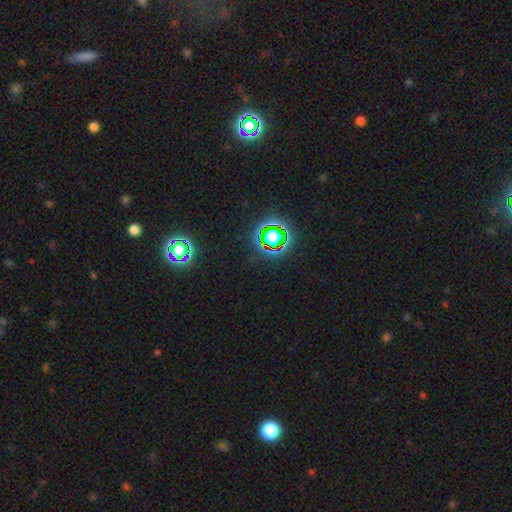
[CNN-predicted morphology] Q: Smooth or featured?
A: star or artifact (79%); runner-up: smooth (15%)